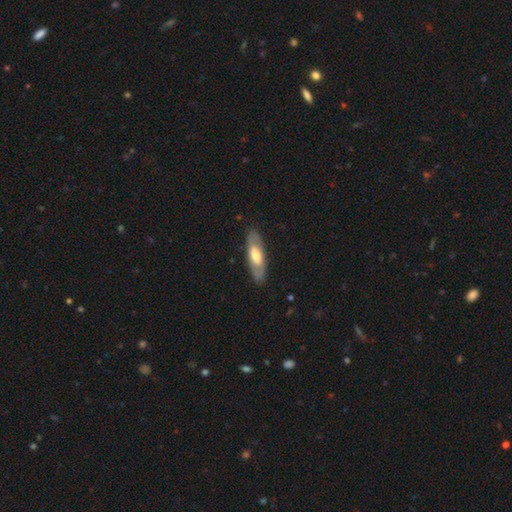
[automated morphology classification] A smooth galaxy with no disk features (48%). Merging: none (85%).